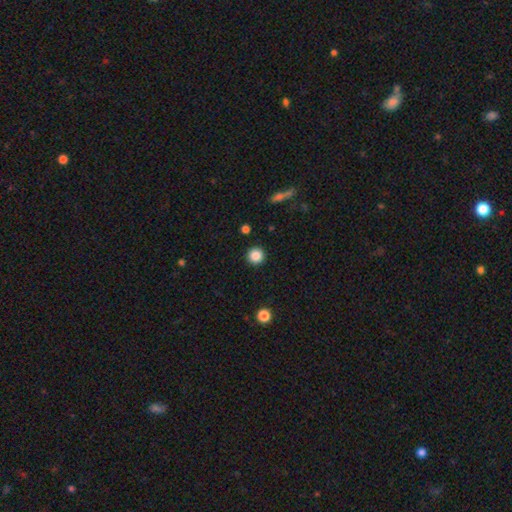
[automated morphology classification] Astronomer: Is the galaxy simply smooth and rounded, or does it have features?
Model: smooth — 86%.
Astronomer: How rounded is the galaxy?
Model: round — 96%.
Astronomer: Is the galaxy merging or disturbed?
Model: none — 92%.